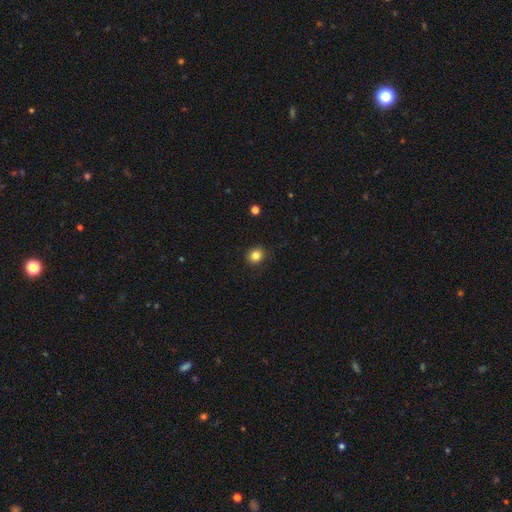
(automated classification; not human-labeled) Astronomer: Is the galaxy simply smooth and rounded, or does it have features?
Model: smooth — 84%.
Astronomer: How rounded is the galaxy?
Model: round — 81%.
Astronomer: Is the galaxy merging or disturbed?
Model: none — 90%.